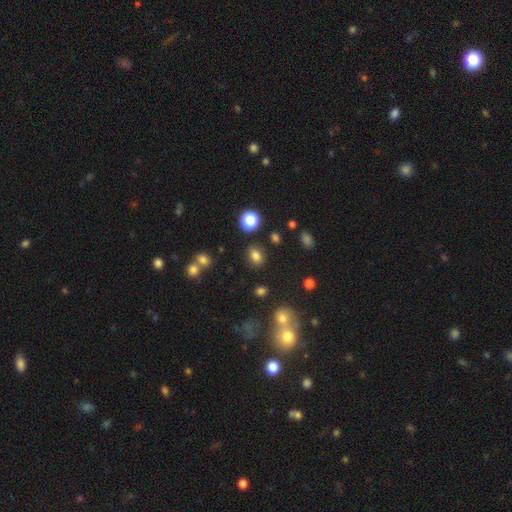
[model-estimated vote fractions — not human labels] smooth-or-featured: smooth: 79% | star or artifact: 14% | featured or disk: 6%
  how-rounded: in between: 57% | round: 42% | cigar-shaped: 1%
  merging: none: 82% | minor disturbance: 10% | merger: 5% | major disturbance: 3%